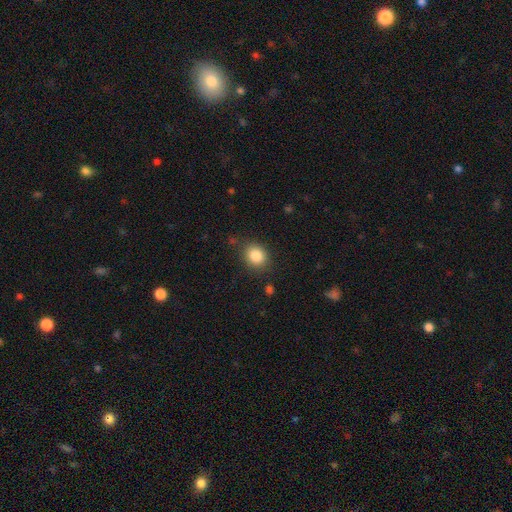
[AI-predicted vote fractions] Overall: smooth (85%). How rounded: round (65%; in between 34%). Merging: none (82%).